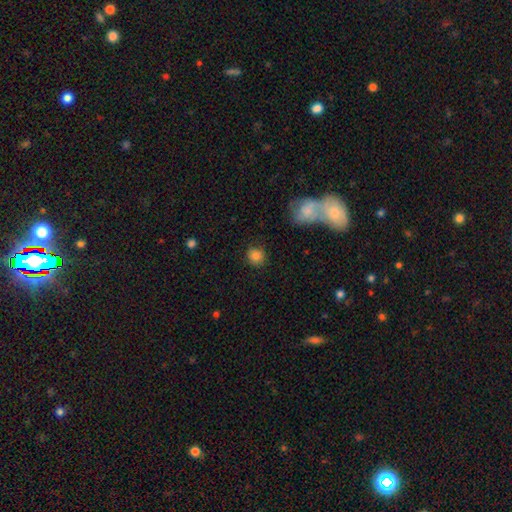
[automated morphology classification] Smooth or featured: smooth — 84% (star or artifact — 11%)
How rounded: round — 86% (in between — 13%)
Merging: none — 86% (minor disturbance — 9%)